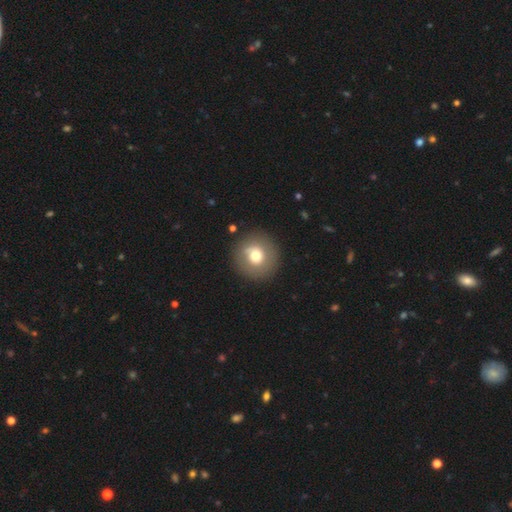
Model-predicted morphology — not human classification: smooth 68%, featured or disk 23%, star or artifact 9%. Down the decision tree: how rounded — round (93%); merging — none (85%).